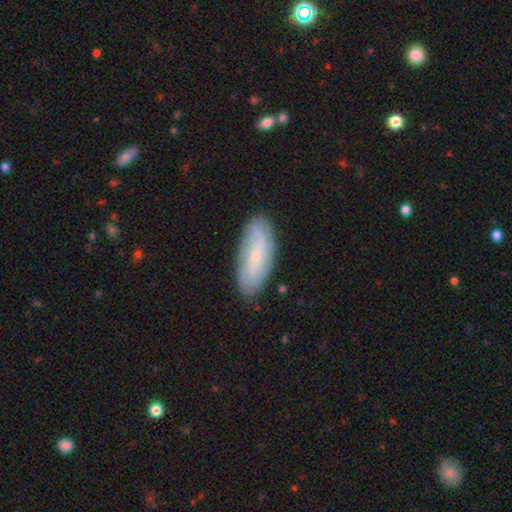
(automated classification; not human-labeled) smooth-or-featured: featured or disk: 59% | smooth: 34% | star or artifact: 7%
  disk-edge-on: no: 88% | yes: 12%
    bar: no: 51% | weak: 38% | strong: 11%
    has-spiral-arms: yes: 85% | no: 15%
    bulge-size: small: 76% | moderate: 17% | none: 5% | large: 1% | dominant: 1%
  merging: none: 81% | minor disturbance: 15% | major disturbance: 3% | merger: 1%